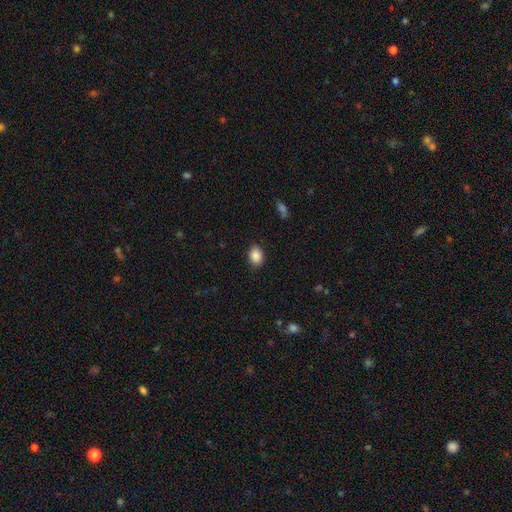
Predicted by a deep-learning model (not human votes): A smooth galaxy with no disk features (88%) that is in between round and cigar-shaped (70%).

Vote fractions:
- Smooth or featured? smooth: 88% / star or artifact: 8% / featured or disk: 4%
- How rounded? in between: 70% / round: 29% / cigar-shaped: 1%
- Merging? none: 83% / minor disturbance: 13% / major disturbance: 3% / merger: 1%